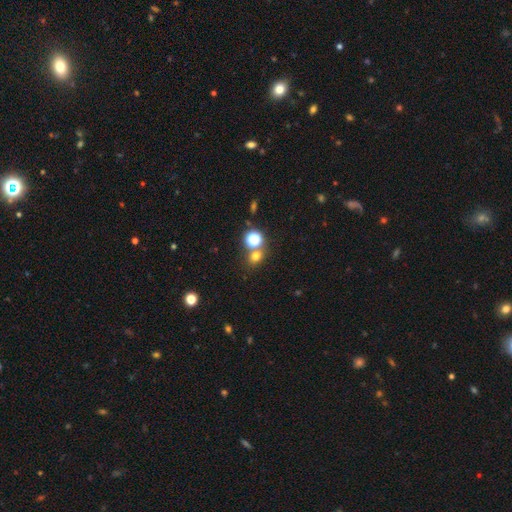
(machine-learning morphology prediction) Smooth or featured? Predicted: smooth (p=0.65). How rounded? Predicted: round (p=0.71). Merging? Predicted: none (p=0.67).